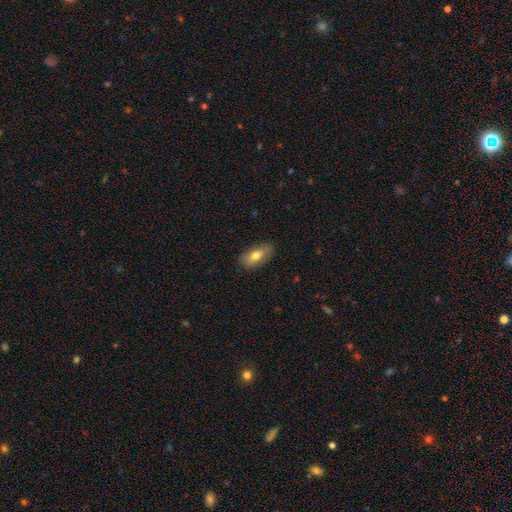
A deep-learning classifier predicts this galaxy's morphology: Smooth or featured? smooth (72%)
How rounded? in between (85%)
Merging? none (83%)